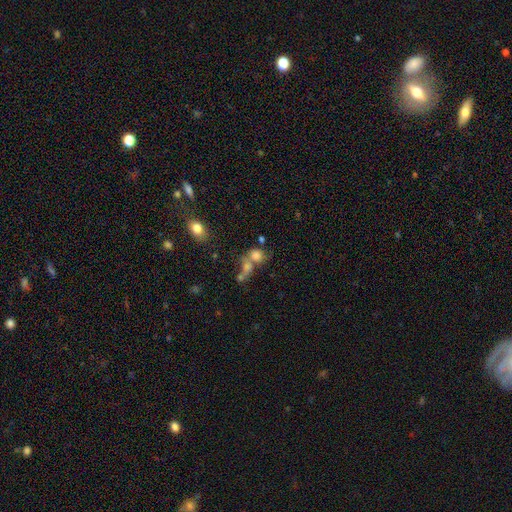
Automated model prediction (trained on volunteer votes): smooth_or_featured: smooth (p=0.72) [alt: featured or disk p=0.14]
how_rounded: round (p=0.65) [alt: in between p=0.33]
merging: merger (p=0.49) [alt: none p=0.32]